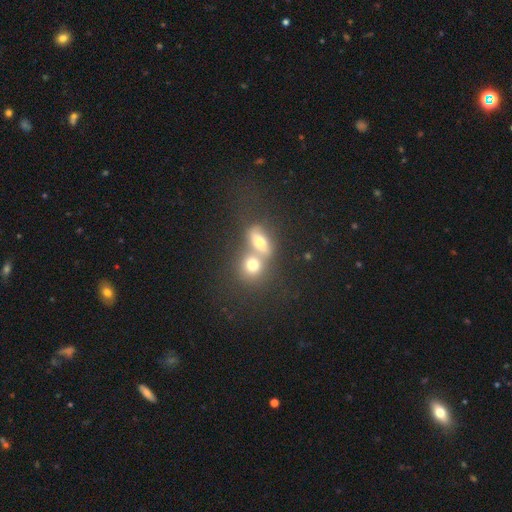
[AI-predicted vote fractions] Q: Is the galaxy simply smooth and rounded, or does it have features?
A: smooth — 55%.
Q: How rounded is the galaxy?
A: round — 50%.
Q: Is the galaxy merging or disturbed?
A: merger — 76%.